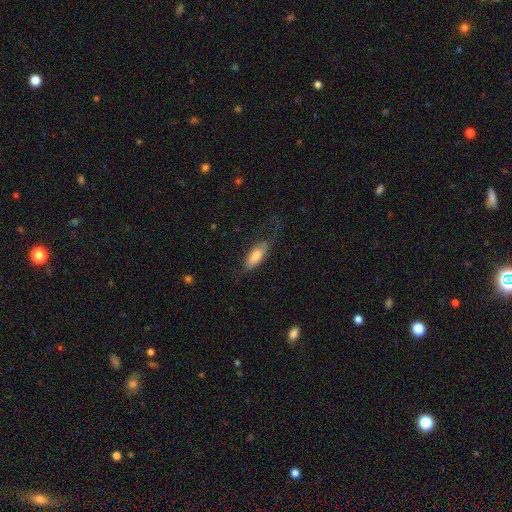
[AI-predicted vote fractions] Smooth or featured? Predicted: smooth (p=0.70). How rounded? Predicted: in between (p=0.75). Merging? Predicted: none (p=0.48).